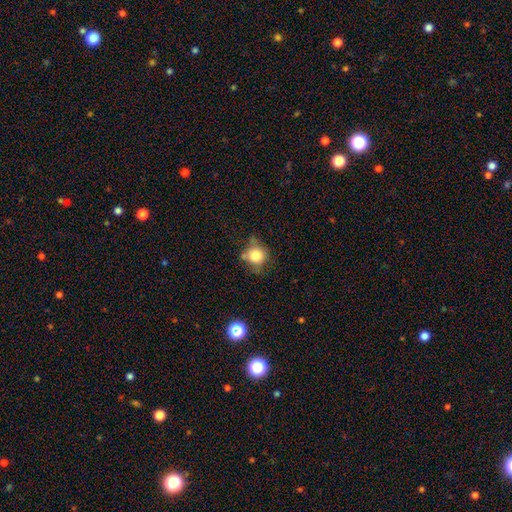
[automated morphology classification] Smooth or featured? Predicted: smooth (p=0.76). How rounded? Predicted: round (p=0.82). Merging? Predicted: none (p=0.56).